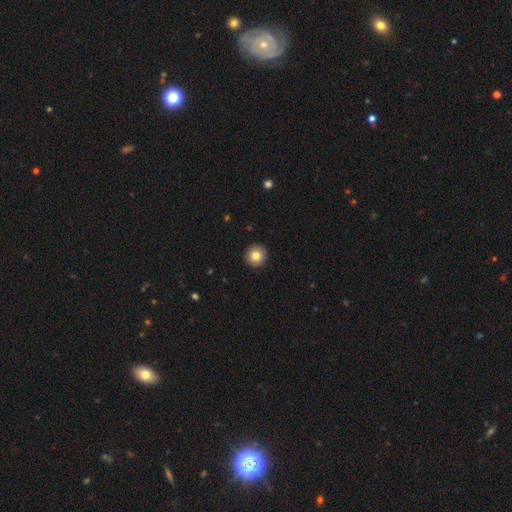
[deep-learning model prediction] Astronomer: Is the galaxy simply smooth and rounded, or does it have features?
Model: smooth — 82%.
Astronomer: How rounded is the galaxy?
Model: round — 96%.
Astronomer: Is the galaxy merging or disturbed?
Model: none — 94%.